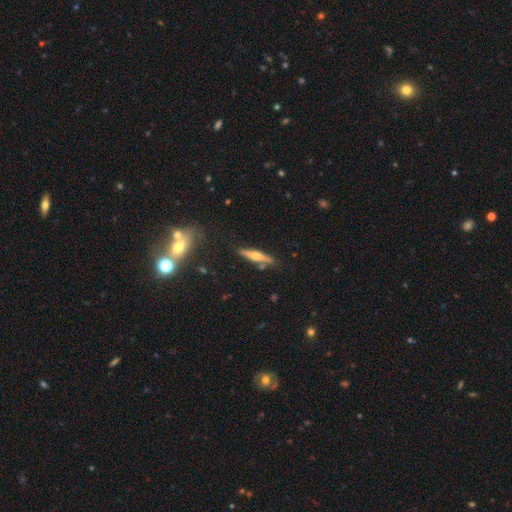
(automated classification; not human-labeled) The model was most divided on "smooth or featured": featured or disk: 62%, smooth: 30%, star or artifact: 8%. More confident: edge-on disk — yes (95%); edge-on bulge — rounded (87%); merging — none (79%).